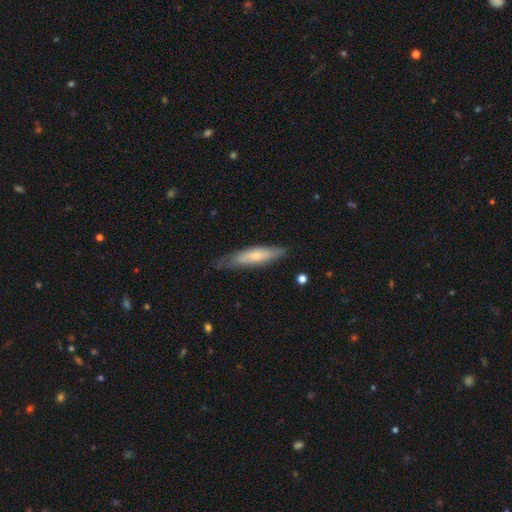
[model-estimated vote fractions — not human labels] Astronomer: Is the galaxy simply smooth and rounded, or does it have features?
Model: smooth — 55% (runner-up: featured or disk, 39%).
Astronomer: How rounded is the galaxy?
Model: cigar-shaped — 73%.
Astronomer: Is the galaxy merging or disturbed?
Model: none — 70%.